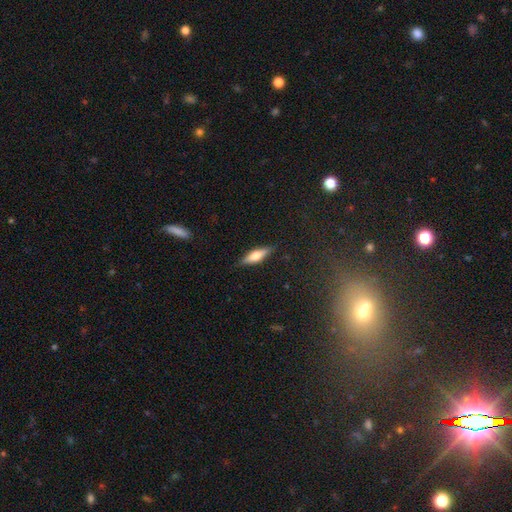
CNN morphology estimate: smooth_or_featured: smooth (p=0.49) [alt: featured or disk p=0.45]
merging: none (p=0.86) [alt: minor disturbance p=0.11]